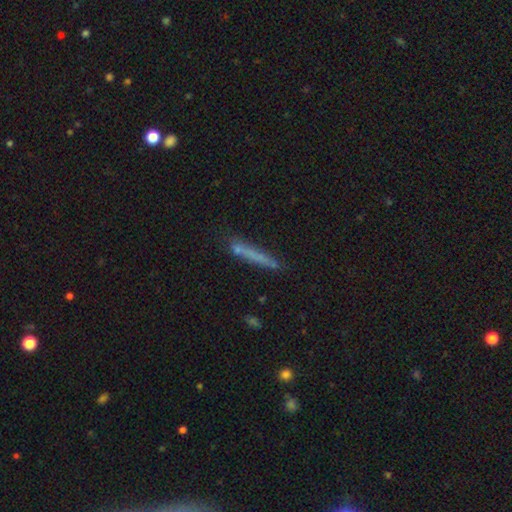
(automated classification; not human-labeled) Q: Smooth or featured?
A: smooth (62%); runner-up: featured or disk (28%)
Q: How rounded?
A: cigar-shaped (94%); runner-up: in between (4%)
Q: Merging?
A: none (77%); runner-up: minor disturbance (14%)